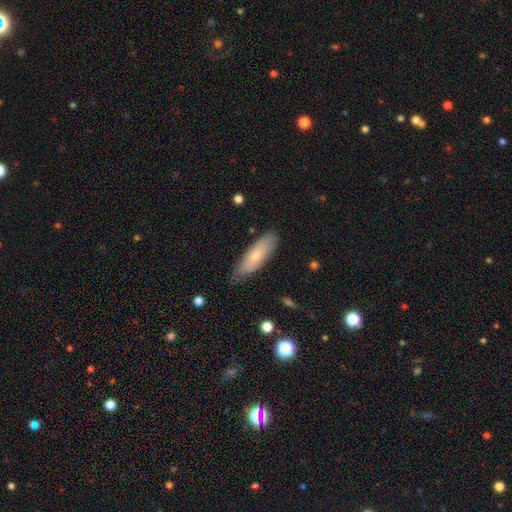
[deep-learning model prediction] smooth-or-featured: smooth: 66% | featured or disk: 28% | star or artifact: 6%
  how-rounded: in between: 50% | cigar-shaped: 48% | round: 2%
  merging: none: 68% | minor disturbance: 27% | major disturbance: 4% | merger: 1%